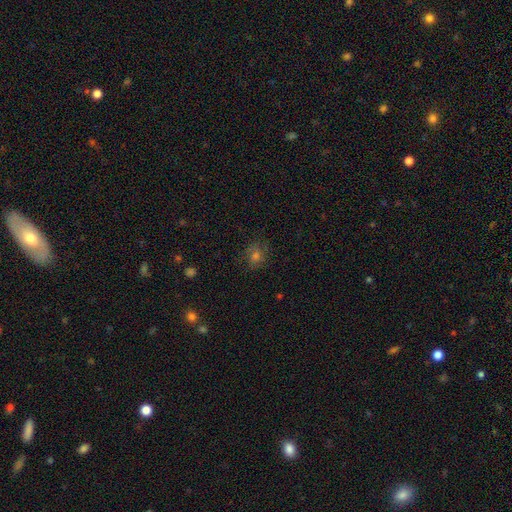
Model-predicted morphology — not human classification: Smooth or featured? smooth (51%)
How rounded? round (68%)
Merging? none (76%)